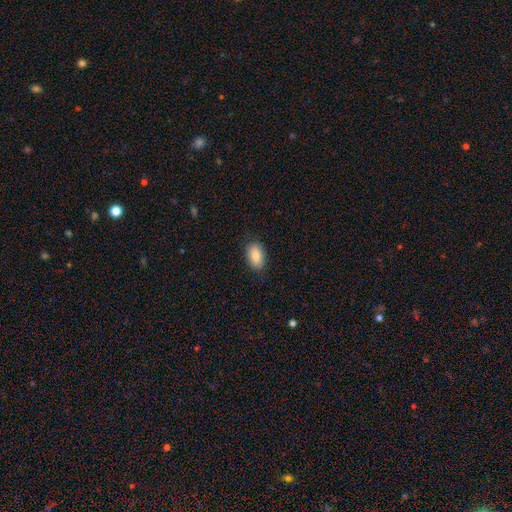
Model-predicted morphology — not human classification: Overall: smooth (84%). How rounded: in between (91%). Merging: none (85%).